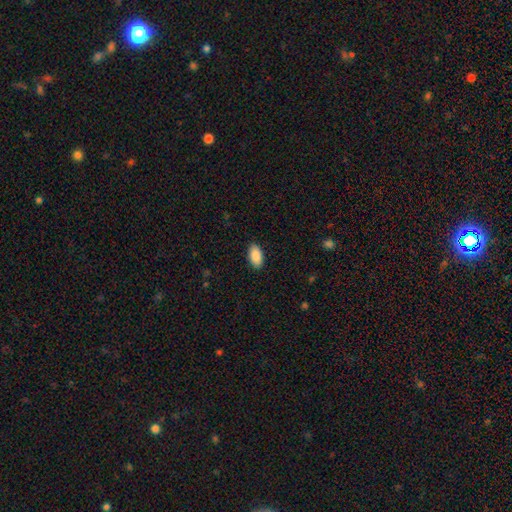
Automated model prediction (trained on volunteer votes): The model was most divided on "merging": none: 89%, minor disturbance: 8%, major disturbance: 2%, merger: 1%. More confident: how rounded — in between (94%); smooth or featured — smooth (89%).